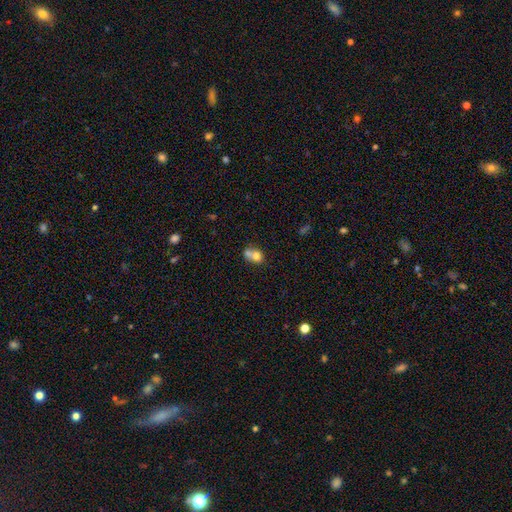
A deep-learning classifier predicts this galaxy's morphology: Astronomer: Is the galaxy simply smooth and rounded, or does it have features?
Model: smooth — 71%.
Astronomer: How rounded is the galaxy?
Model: round — 60% (runner-up: in between, 39%).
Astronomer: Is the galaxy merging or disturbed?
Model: merger — 62%.